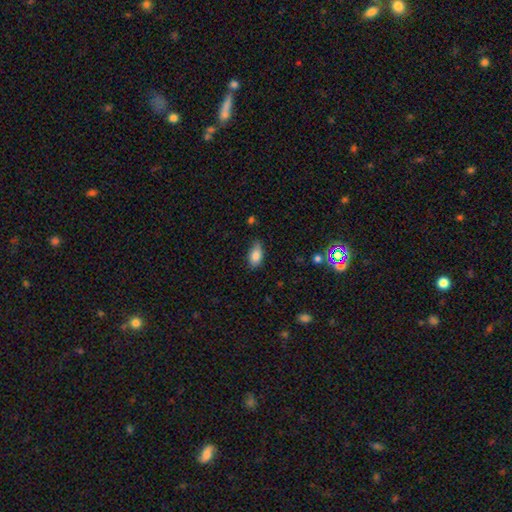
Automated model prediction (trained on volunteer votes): Smooth or featured: smooth — 84% (star or artifact — 8%)
How rounded: in between — 91% (round — 5%)
Merging: none — 63% (minor disturbance — 30%)